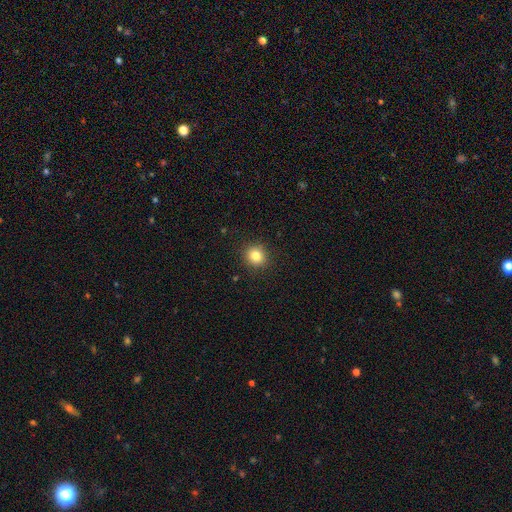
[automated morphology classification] Q: Smooth or featured?
A: smooth (83%); runner-up: star or artifact (11%)
Q: How rounded?
A: round (86%); runner-up: in between (13%)
Q: Merging?
A: none (91%); runner-up: minor disturbance (6%)